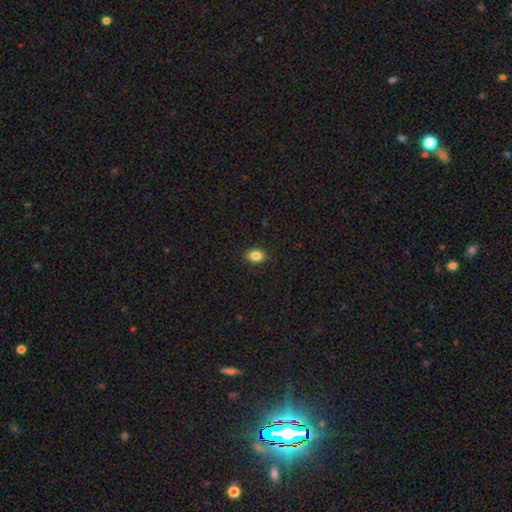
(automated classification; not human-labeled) A smooth galaxy with no disk features (86%) that is in between round and cigar-shaped (81%).

Vote fractions:
- Smooth or featured? smooth: 86% / star or artifact: 9% / featured or disk: 5%
- How rounded? in between: 81% / round: 17% / cigar-shaped: 2%
- Merging? none: 90% / minor disturbance: 7% / major disturbance: 2% / merger: 1%